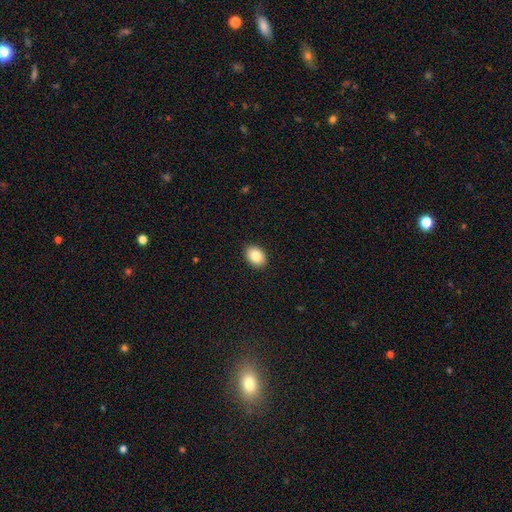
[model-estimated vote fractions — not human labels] Smooth or featured? Predicted: smooth (p=0.85). How rounded? Predicted: in between (p=0.76). Merging? Predicted: none (p=0.91).